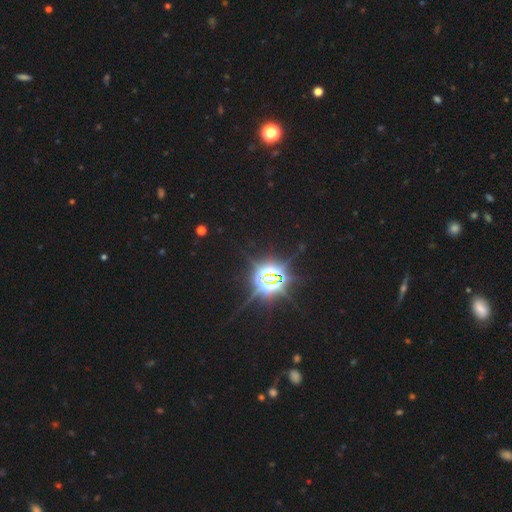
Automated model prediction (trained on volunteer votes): Smooth or featured? star or artifact (85%)